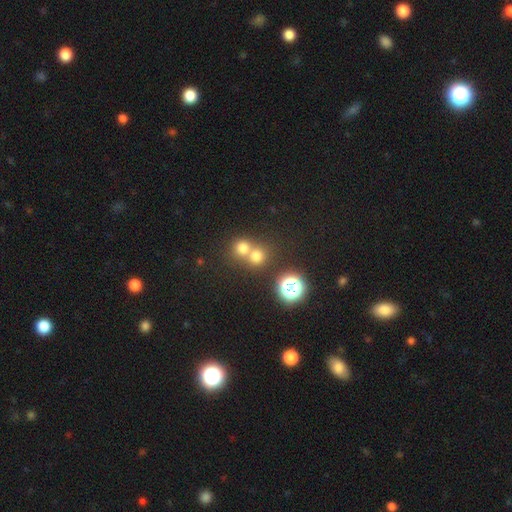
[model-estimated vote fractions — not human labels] This appears to be a smooth galaxy with no disk features (69%) that is round (87%). Merging: none (47%).